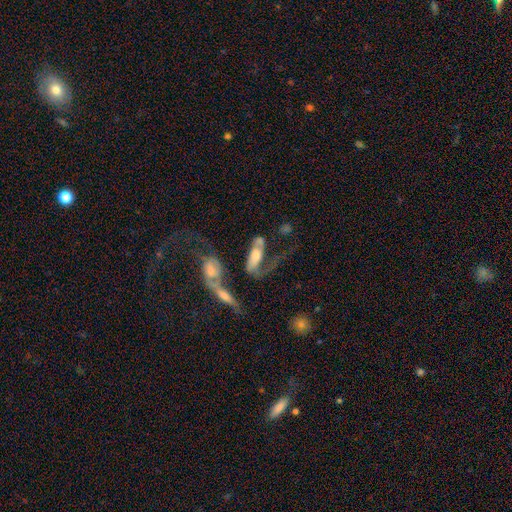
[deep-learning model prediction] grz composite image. It shows a featured or disk galaxy (55%). Merging: merger (37%).